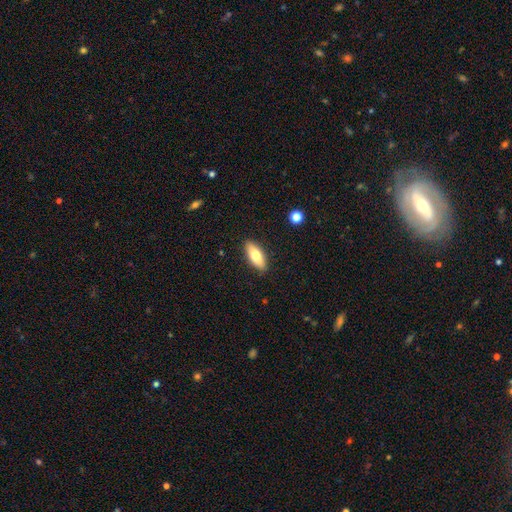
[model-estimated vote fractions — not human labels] Morphology: type=smooth (75%); roundness=in between (77%); merging=none (88%).